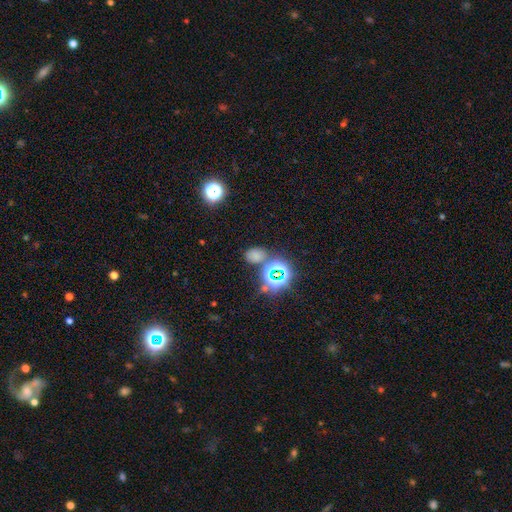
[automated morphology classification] Smooth or featured: smooth — 56% (star or artifact — 37%)
How rounded: in between — 58% (round — 40%)
Merging: none — 69% (minor disturbance — 13%)